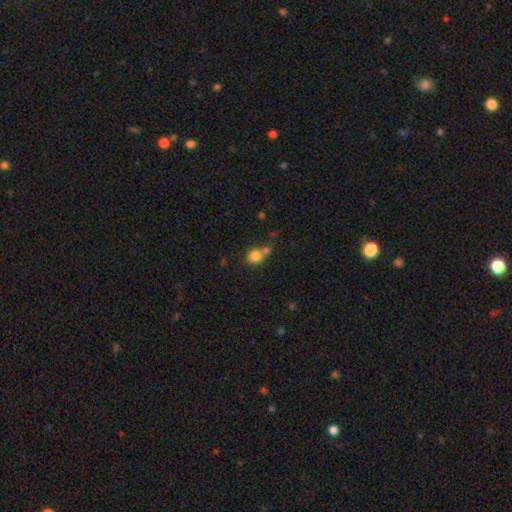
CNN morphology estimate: The model was most divided on "merging": none: 46%, merger: 36%, minor disturbance: 13%, major disturbance: 5%. More confident: smooth or featured — smooth (81%); how rounded — round (77%).